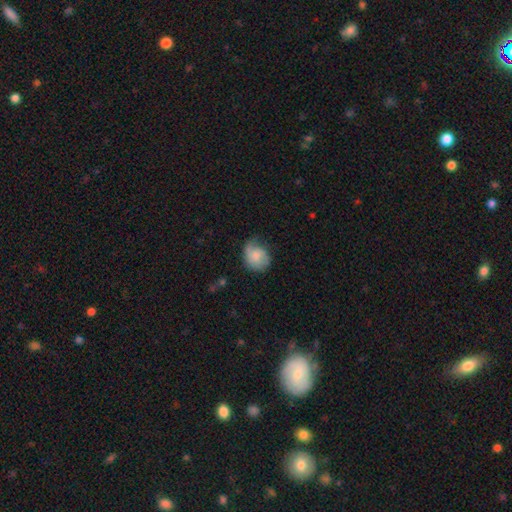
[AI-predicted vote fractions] Overall: smooth (53%; featured or disk 40%). How rounded: round (63%; in between 36%). Merging: none (52%; minor disturbance 32%).